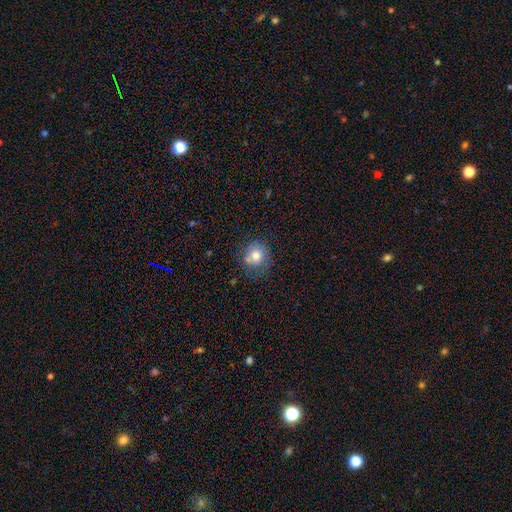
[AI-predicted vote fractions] Smooth or featured: smooth — 76% (featured or disk — 14%)
How rounded: round — 81% (in between — 18%)
Merging: none — 62% (minor disturbance — 21%)